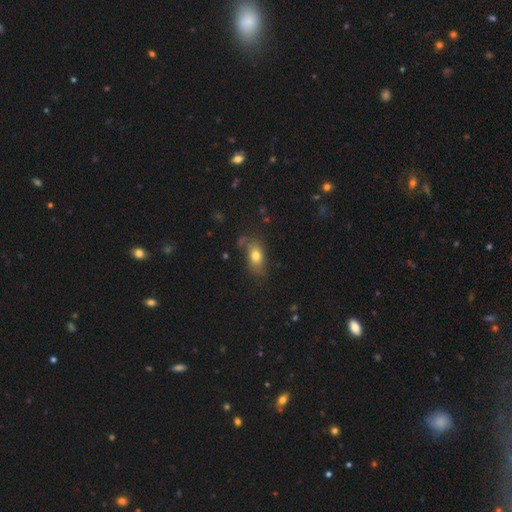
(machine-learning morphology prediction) A smooth galaxy with no disk features (74%) that is in between round and cigar-shaped (81%). Merging: none (64%).